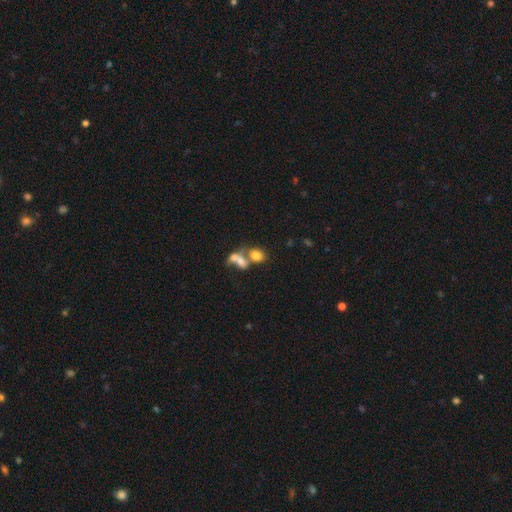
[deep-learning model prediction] Smooth or featured?
  - smooth: 71% *
  - featured or disk: 17%
  - star or artifact: 12%
How rounded?
  - in between: 60% *
  - round: 38%
  - cigar-shaped: 2%
Merging?
  - merger: 57% *
  - none: 28%
  - minor disturbance: 8%
  - major disturbance: 7%